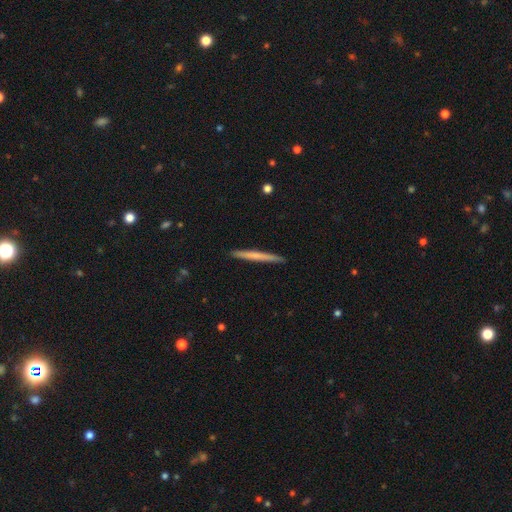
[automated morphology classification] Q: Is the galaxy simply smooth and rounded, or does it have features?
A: smooth — 59%.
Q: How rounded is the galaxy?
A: cigar-shaped — 97%.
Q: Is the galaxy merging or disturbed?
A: none — 92%.